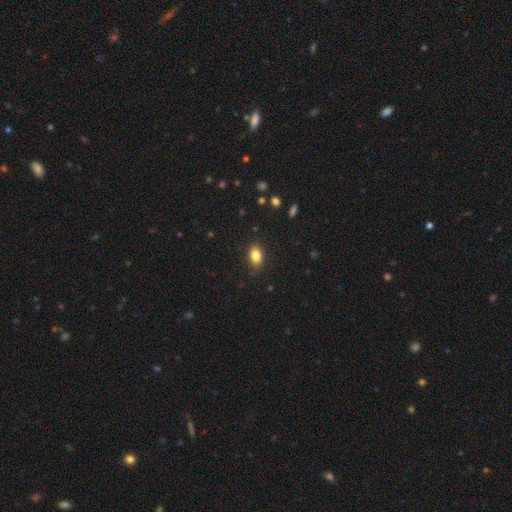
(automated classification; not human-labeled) Morphology: type=smooth (83%); roundness=in between (85%); merging=none (86%).